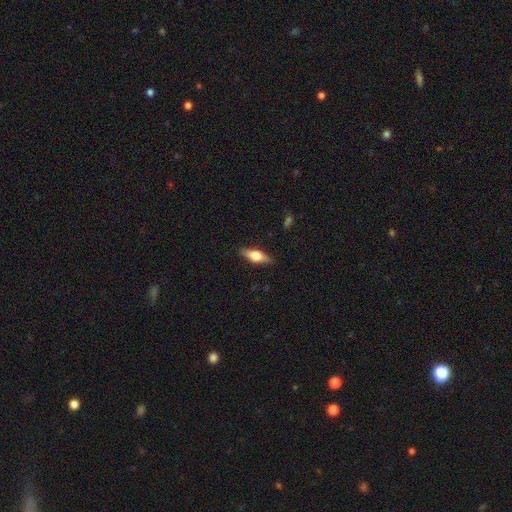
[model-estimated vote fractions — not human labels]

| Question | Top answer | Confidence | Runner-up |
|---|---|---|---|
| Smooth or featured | smooth | 51% | featured or disk (42%) |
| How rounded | in between | 62% | cigar-shaped (34%) |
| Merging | none | 86% | minor disturbance (11%) |